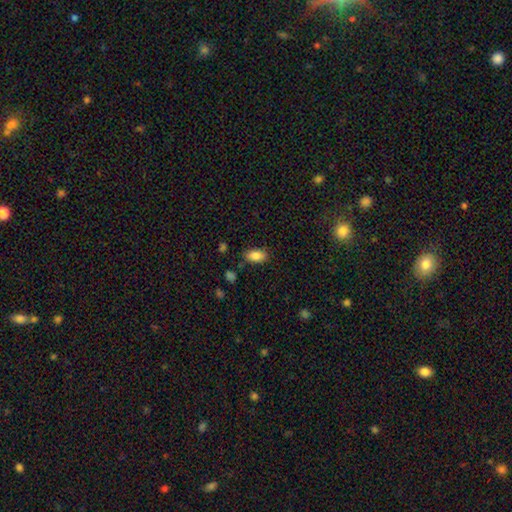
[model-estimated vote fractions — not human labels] smooth_or_featured: smooth (p=0.86) [alt: star or artifact p=0.08]
how_rounded: in between (p=0.91) [alt: round p=0.05]
merging: none (p=0.82) [alt: minor disturbance p=0.12]